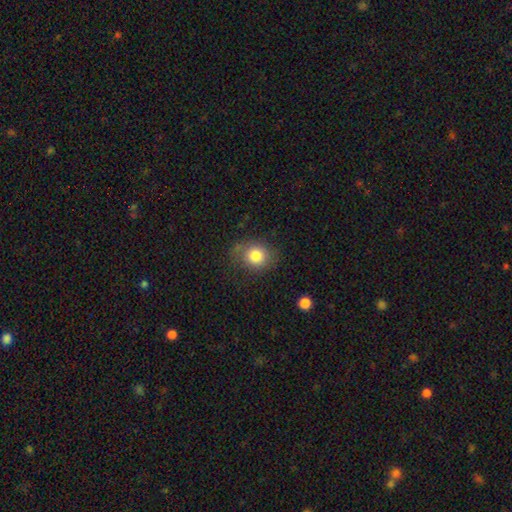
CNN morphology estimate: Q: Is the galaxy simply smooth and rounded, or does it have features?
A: smooth — 81%.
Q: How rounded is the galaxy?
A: round — 67%.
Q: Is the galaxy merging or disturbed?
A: none — 71%.